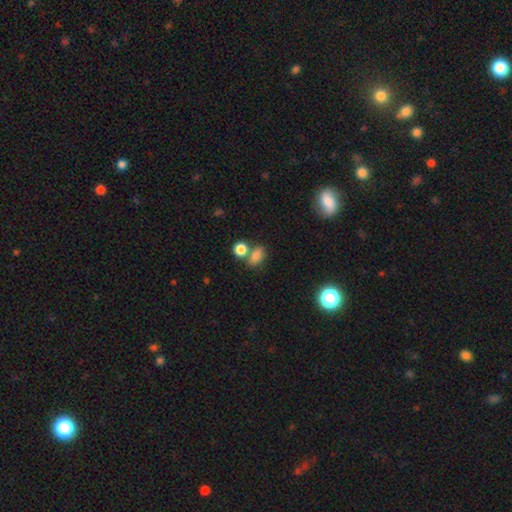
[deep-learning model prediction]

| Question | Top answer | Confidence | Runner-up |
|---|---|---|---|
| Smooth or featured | smooth | 78% | star or artifact (14%) |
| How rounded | in between | 73% | round (25%) |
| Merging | none | 53% | merger (29%) |